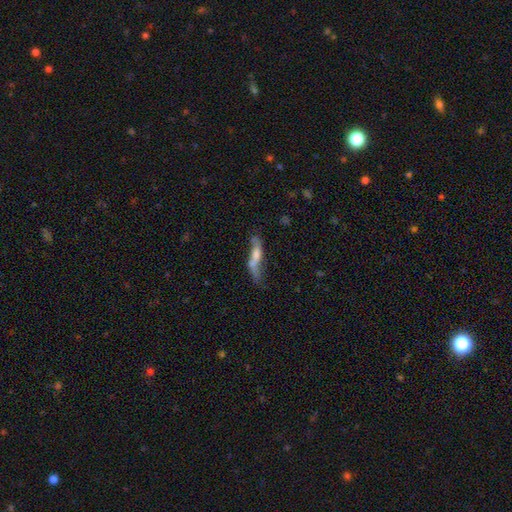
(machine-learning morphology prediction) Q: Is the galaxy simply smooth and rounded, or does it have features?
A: featured or disk — 51%.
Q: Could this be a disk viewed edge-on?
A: no — 54%.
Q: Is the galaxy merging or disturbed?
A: none — 36%.